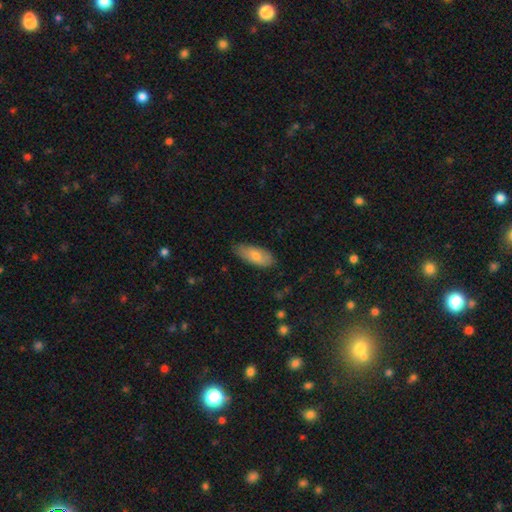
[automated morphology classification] Smooth or featured? smooth (73%)
How rounded? in between (84%)
Merging? none (74%)